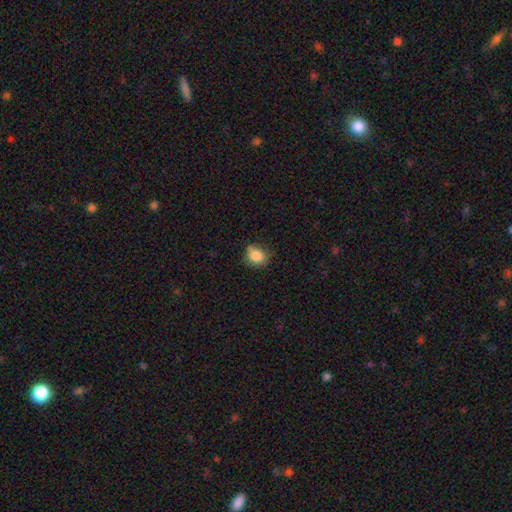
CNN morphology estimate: A smooth galaxy with no disk features (84%) that is round (71%). Merging: none (65%).